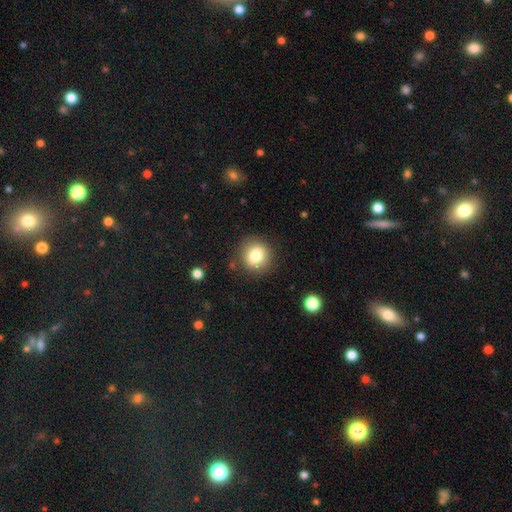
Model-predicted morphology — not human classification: A smooth galaxy with no disk features (81%) that is round (87%). Merging: none (87%).